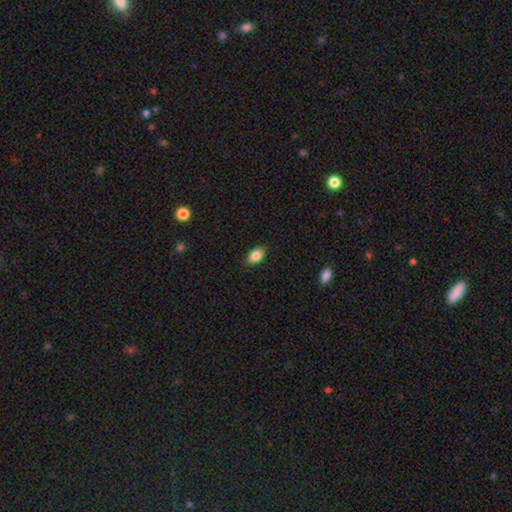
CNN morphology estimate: Smooth or featured? smooth (86%)
How rounded? in between (87%)
Merging? none (87%)